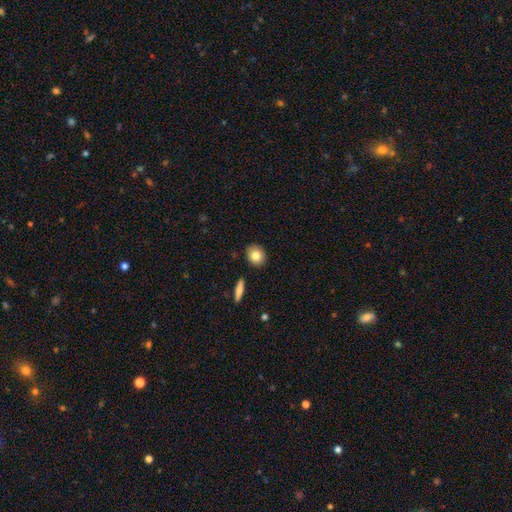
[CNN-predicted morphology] A smooth galaxy with no disk features (80%) that is round (71%). Merging: none (89%).